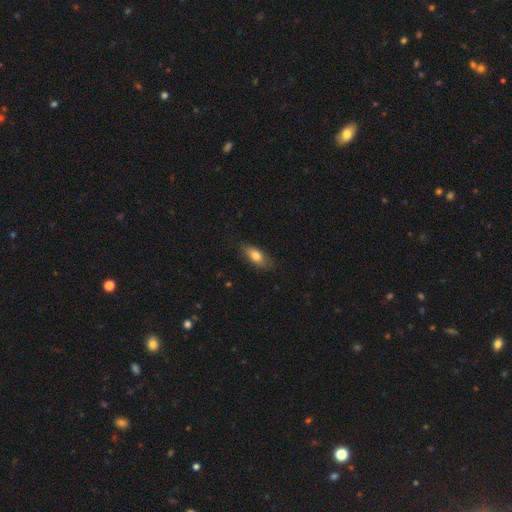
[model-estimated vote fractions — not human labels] A smooth galaxy with no disk features (77%) that is in between round and cigar-shaped (82%).

Vote fractions:
- Smooth or featured? smooth: 77% / featured or disk: 15% / star or artifact: 7%
- How rounded? in between: 82% / cigar-shaped: 13% / round: 5%
- Merging? none: 79% / minor disturbance: 17% / major disturbance: 3% / merger: 1%